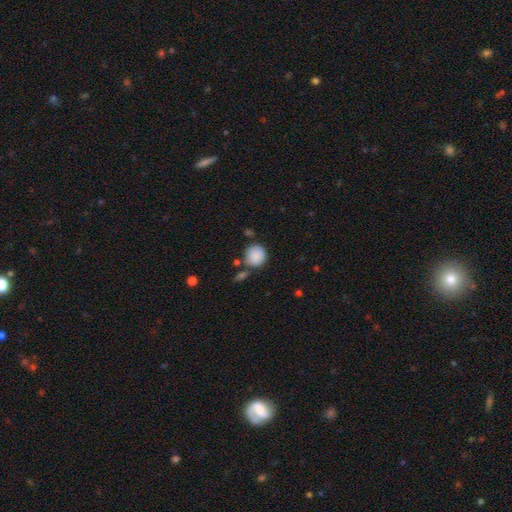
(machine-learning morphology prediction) type=smooth (88%); roundness=round (88%); merging=none (70%).